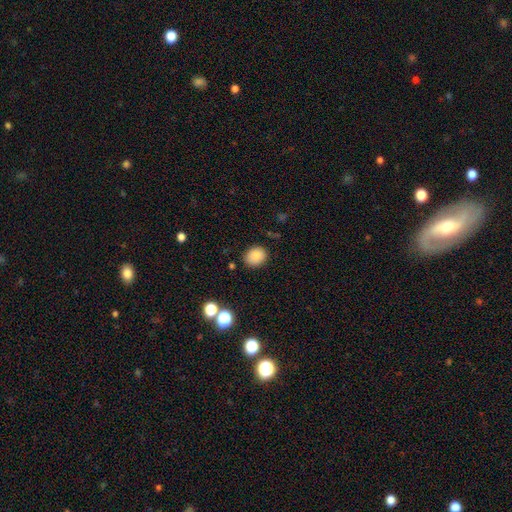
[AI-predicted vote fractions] The model was most divided on "how rounded": round: 56%, in between: 43%, cigar-shaped: 1%. More confident: merging — none (86%); smooth or featured — smooth (85%).